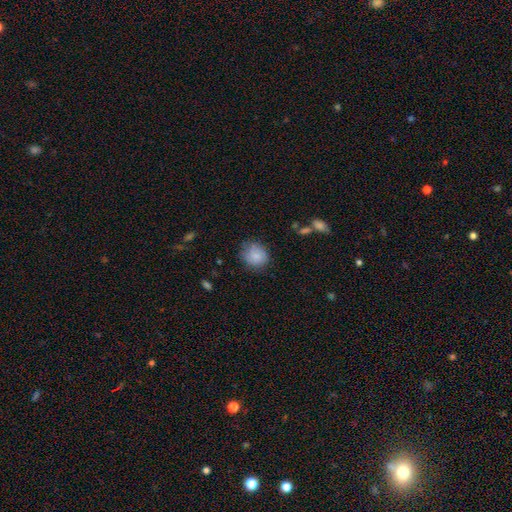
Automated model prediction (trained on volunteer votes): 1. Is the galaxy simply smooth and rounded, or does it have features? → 82% smooth, 10% featured or disk, 8% star or artifact.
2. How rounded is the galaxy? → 76% round, 23% in between, 1% cigar-shaped.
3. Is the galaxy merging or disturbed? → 70% none, 22% minor disturbance, 6% major disturbance, 2% merger.